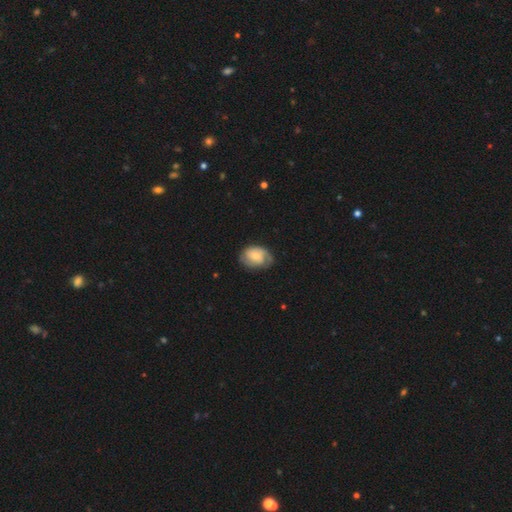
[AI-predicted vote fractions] Overall: featured or disk (54%; smooth 39%). Edge-on disk: no (97%). Bar: no (59%; weak 35%). Spiral arms: yes (86%). Bulge size: small (46%; moderate 39%). Merging: none (64%; minor disturbance 26%).